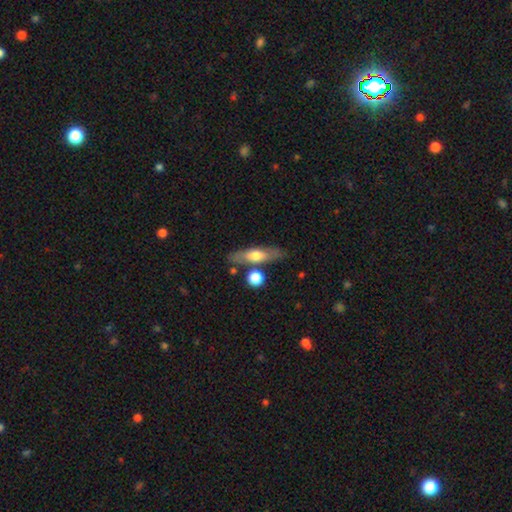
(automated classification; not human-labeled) A smooth galaxy with no disk features (51%) that is cigar-shaped (66%). Merging: none (75%).